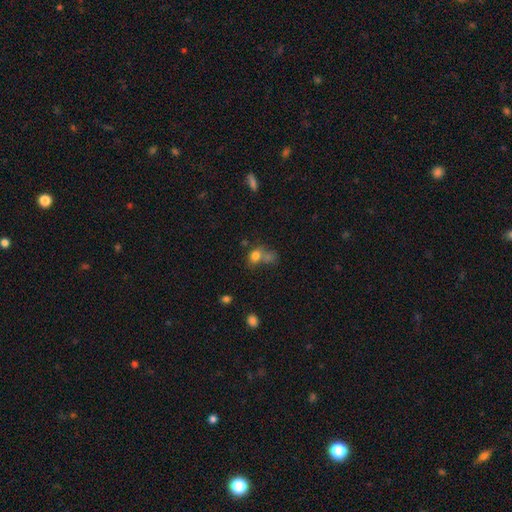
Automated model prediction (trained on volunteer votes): smooth-or-featured: smooth: 76% | star or artifact: 13% | featured or disk: 11%
  how-rounded: in between: 49% (tied) | round: 49% (tied) | cigar-shaped: 2%
  merging: merger: 42% | none: 35% | minor disturbance: 13% | major disturbance: 10%